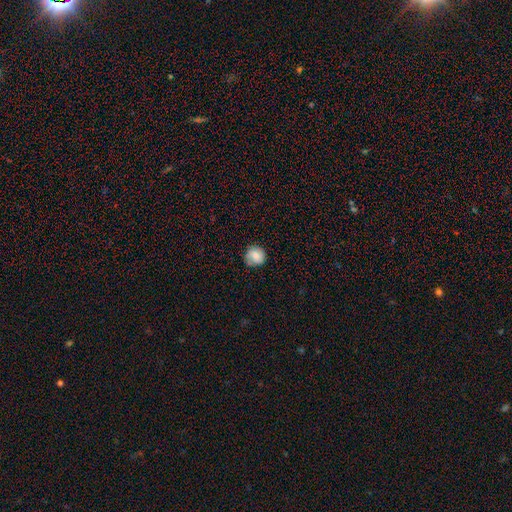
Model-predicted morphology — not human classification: A smooth galaxy with no disk features (74%) that is round (87%). Merging: none (71%).